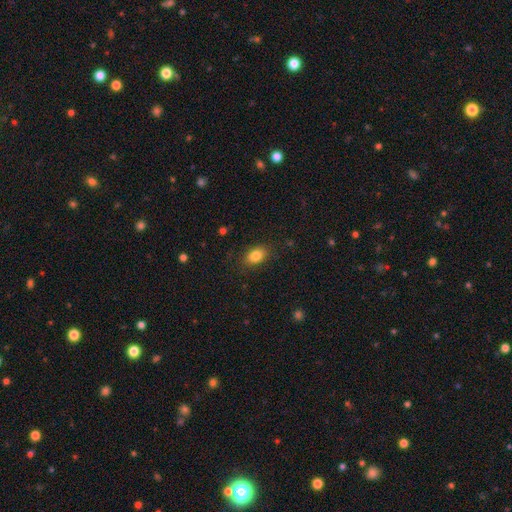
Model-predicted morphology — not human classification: Smooth or featured?
  - smooth: 83% *
  - star or artifact: 9%
  - featured or disk: 7%
How rounded?
  - in between: 81% *
  - round: 18%
  - cigar-shaped: 2%
Merging?
  - none: 85% *
  - minor disturbance: 11%
  - major disturbance: 3%
  - merger: 1%